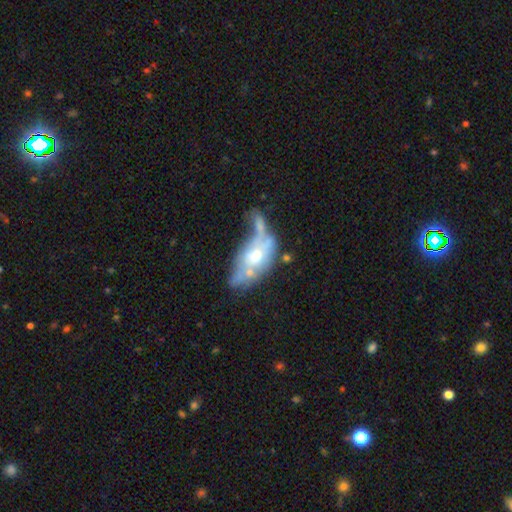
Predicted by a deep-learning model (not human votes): Q: Smooth or featured?
A: featured or disk (59%); runner-up: smooth (33%)
Q: Edge-on disk?
A: no (81%); runner-up: yes (19%)
Q: Merging?
A: merger (33%); runner-up: none (25%)